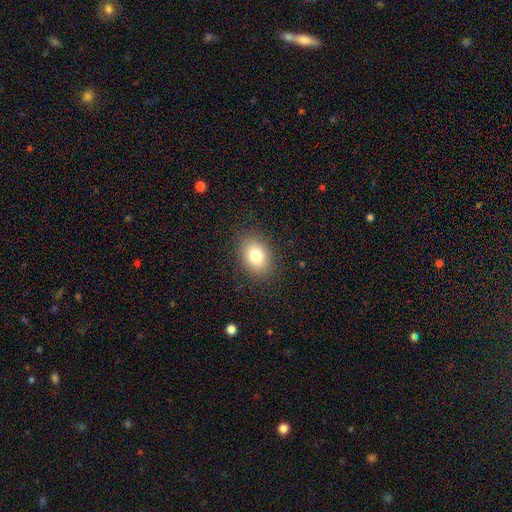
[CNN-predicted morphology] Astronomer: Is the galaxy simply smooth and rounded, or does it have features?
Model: smooth — 79%.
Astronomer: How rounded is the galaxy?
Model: in between — 66%.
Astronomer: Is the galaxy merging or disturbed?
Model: none — 86%.